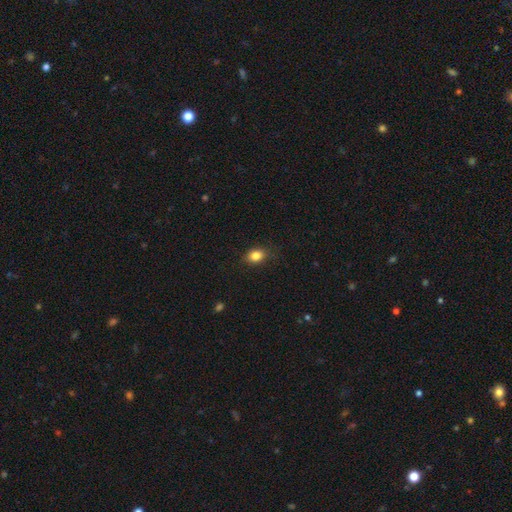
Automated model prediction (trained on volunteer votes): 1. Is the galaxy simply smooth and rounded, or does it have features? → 84% smooth, 10% star or artifact, 6% featured or disk.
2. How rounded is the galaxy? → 66% in between, 33% round, 1% cigar-shaped.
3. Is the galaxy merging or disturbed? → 83% none, 13% minor disturbance, 3% major disturbance, 1% merger.